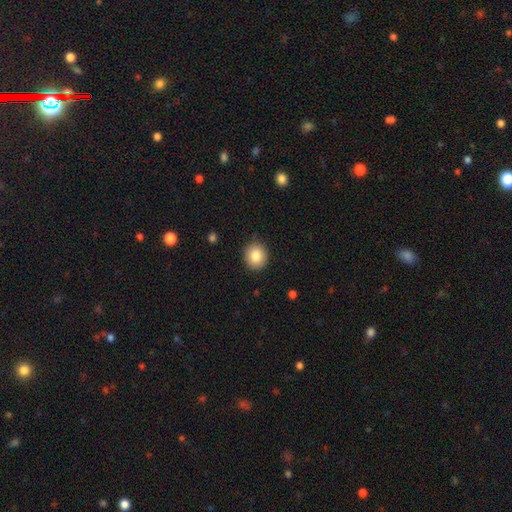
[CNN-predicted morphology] smooth 84%, star or artifact 9%, featured or disk 7%. Down the decision tree: how rounded — round (79%); merging — none (89%).